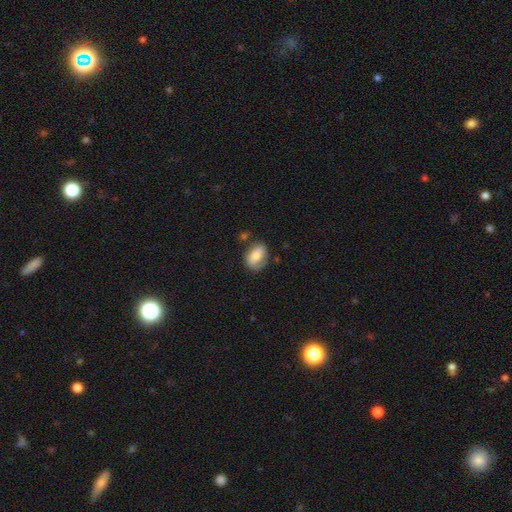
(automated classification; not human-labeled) Smooth or featured? smooth (69%)
How rounded? in between (78%)
Merging? none (64%)